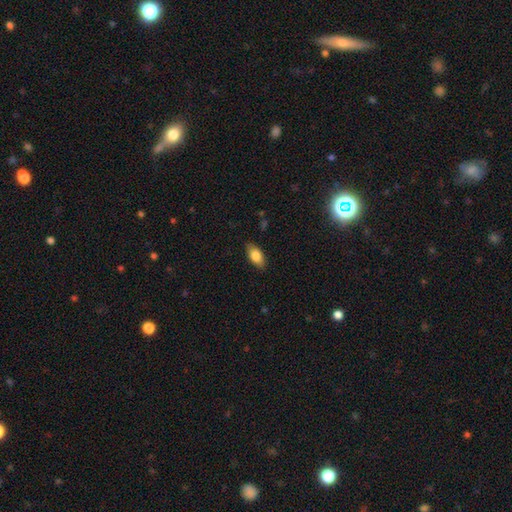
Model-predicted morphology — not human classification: type=smooth (82%); roundness=in between (91%); merging=none (86%).